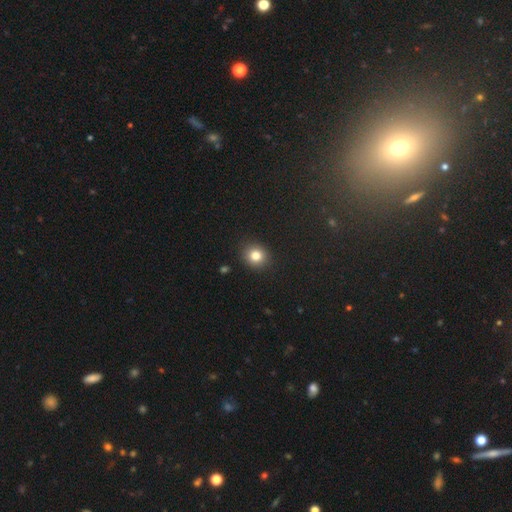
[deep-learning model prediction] This appears to be a smooth galaxy with no disk features (81%) that is round (83%). Merging: none (91%).